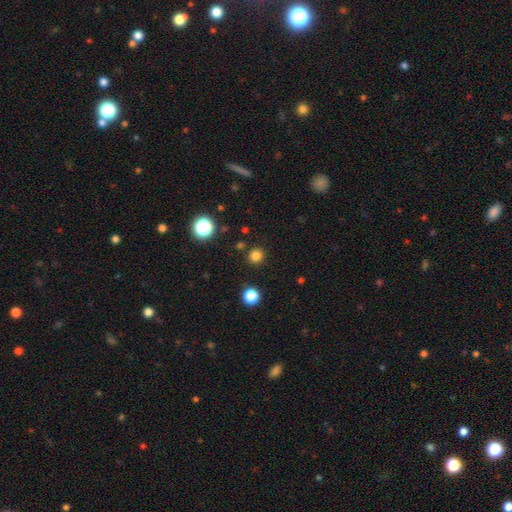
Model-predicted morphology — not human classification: Smooth or featured?
  - smooth: 81% *
  - star or artifact: 15%
  - featured or disk: 4%
How rounded?
  - round: 93% *
  - in between: 6%
  - cigar-shaped: 1%
Merging?
  - none: 90% *
  - minor disturbance: 6%
  - merger: 2%
  - major disturbance: 2%